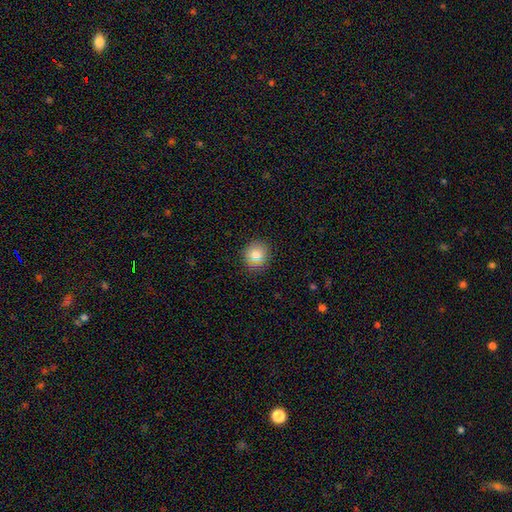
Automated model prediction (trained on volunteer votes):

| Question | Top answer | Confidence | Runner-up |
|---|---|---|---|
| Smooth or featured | smooth | 75% | star or artifact (15%) |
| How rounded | round | 85% | in between (14%) |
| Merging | none | 89% | minor disturbance (8%) |